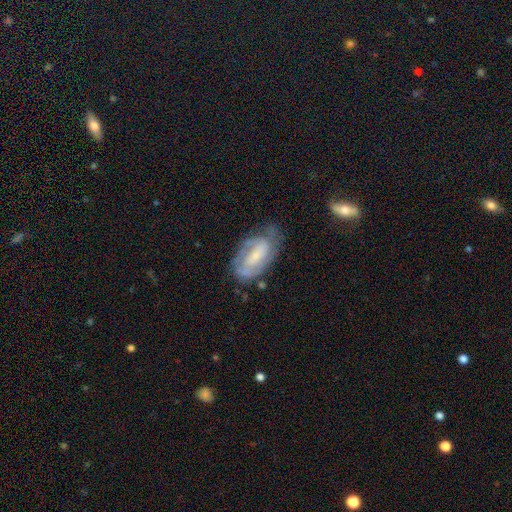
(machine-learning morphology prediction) smooth_or_featured: featured or disk (p=0.72) [alt: smooth p=0.21]
disk_edge_on: no (p=0.95) [alt: yes p=0.05]
bar: weak (p=0.44) [alt: no p=0.31]
has_spiral_arms: yes (p=0.85) [alt: no p=0.15]
spiral_winding: tight (p=0.49) [alt: medium p=0.38]
spiral_arm_count: 2 (p=0.53) [alt: can't tell p=0.28]
bulge_size: small (p=0.58) [alt: moderate p=0.26]
merging: none (p=0.58) [alt: minor disturbance p=0.26]